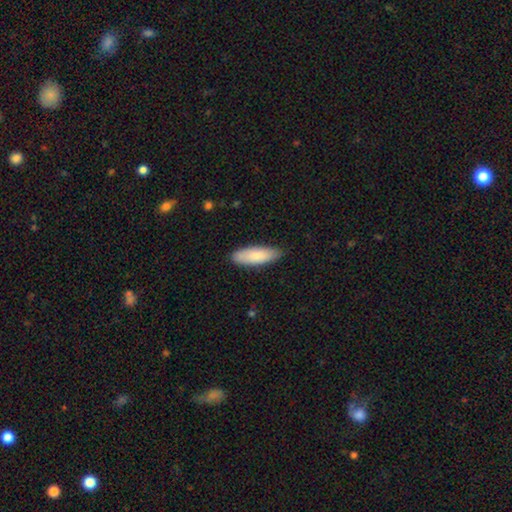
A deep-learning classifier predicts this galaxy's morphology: Smooth or featured? Predicted: smooth (p=0.85). How rounded? Predicted: in between (p=0.61). Merging? Predicted: none (p=0.84).